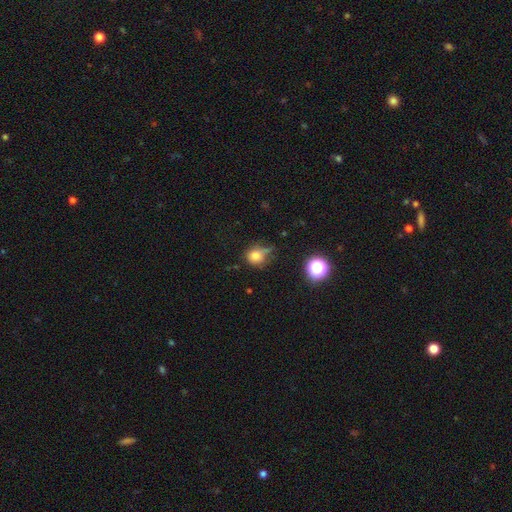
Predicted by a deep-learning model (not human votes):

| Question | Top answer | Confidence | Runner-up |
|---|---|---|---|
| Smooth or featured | smooth | 77% | star or artifact (14%) |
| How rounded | round | 82% | in between (17%) |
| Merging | none | 53% | minor disturbance (29%) |